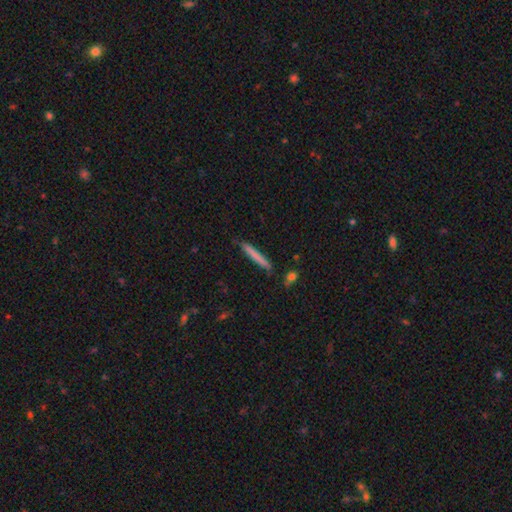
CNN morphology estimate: smooth 74%, featured or disk 20%, star or artifact 6%. Down the decision tree: how rounded — cigar-shaped (96%); merging — none (85%).